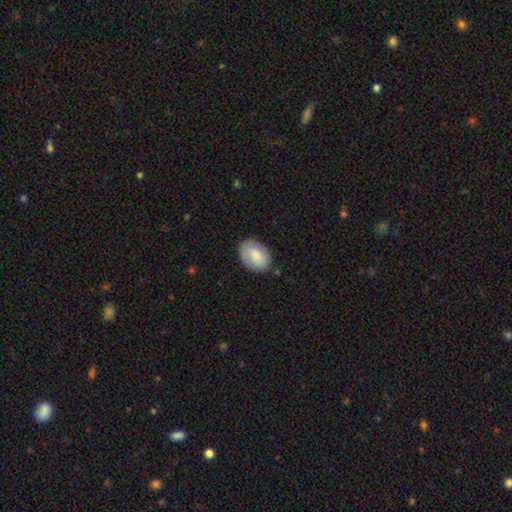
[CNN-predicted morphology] The model was most divided on "smooth or featured": smooth: 76%, featured or disk: 18%, star or artifact: 6%. More confident: how rounded — in between (84%); merging — none (78%).